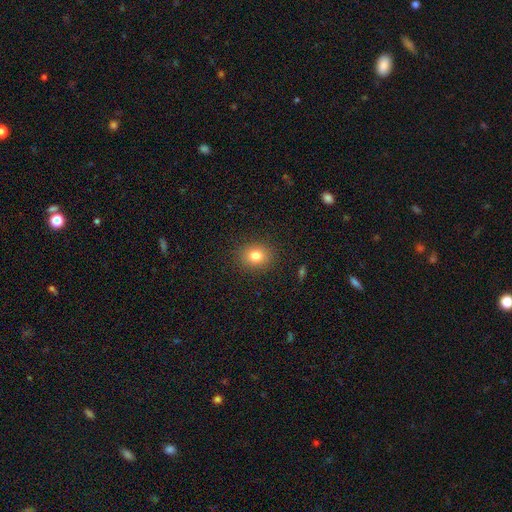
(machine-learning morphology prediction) Smooth or featured? smooth (81%)
How rounded? round (64%)
Merging? none (89%)